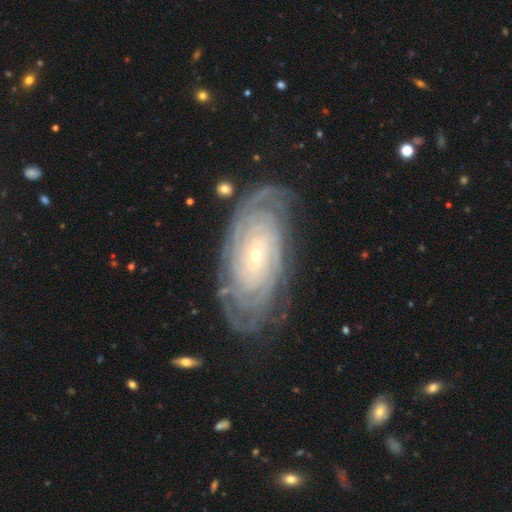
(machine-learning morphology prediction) featured or disk 88%, smooth 7%, star or artifact 5%. Down the decision tree: edge-on disk — no (95%); bar — no (80%); spiral arms — yes (97%); spiral arm count — can't tell (32%); spiral winding — tight (86%); bulge size — small (83%); merging — none (77%).